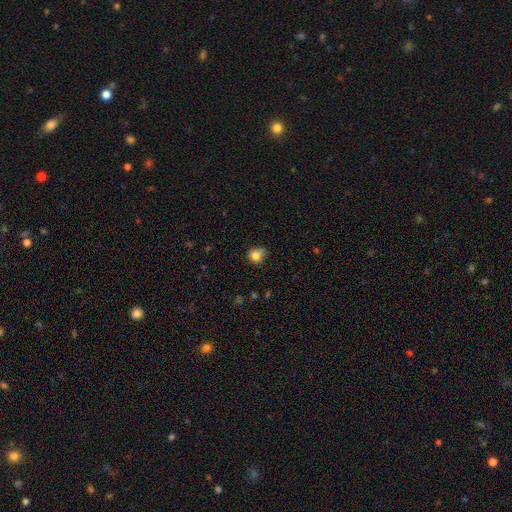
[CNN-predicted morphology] Smooth or featured?
  - smooth: 82% *
  - star or artifact: 11%
  - featured or disk: 7%
How rounded?
  - round: 73% *
  - in between: 26%
  - cigar-shaped: 1%
Merging?
  - none: 59% *
  - minor disturbance: 31%
  - major disturbance: 7%
  - merger: 2%